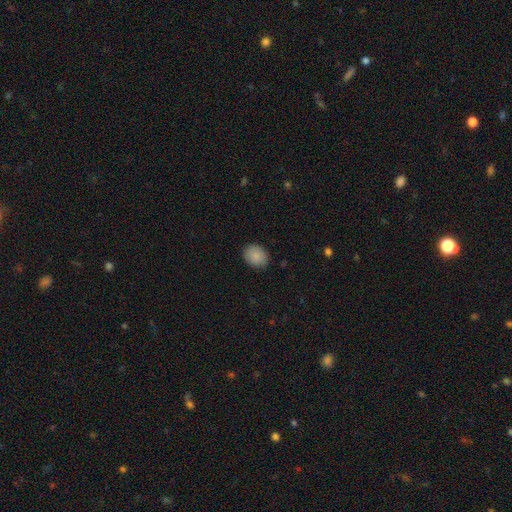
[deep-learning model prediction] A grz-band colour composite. It shows a smooth galaxy with no disk features (87%) that is in between round and cigar-shaped (50%). Merging: none (83%).